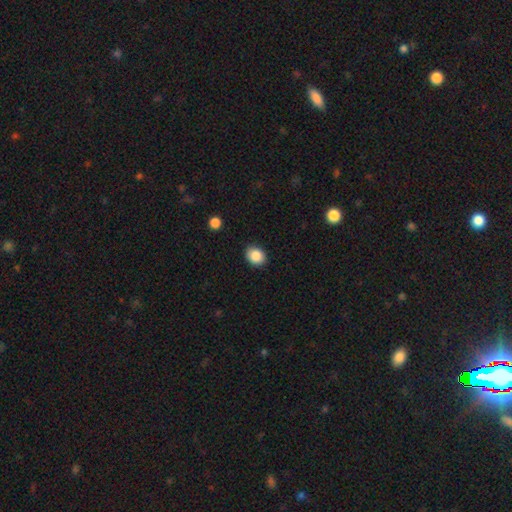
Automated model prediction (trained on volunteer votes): A smooth galaxy with no disk features (87%) that is round (53%). Merging: none (87%).